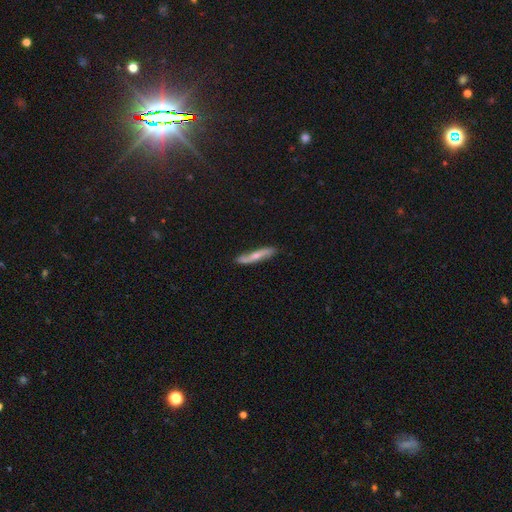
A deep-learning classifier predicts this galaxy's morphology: Q: Smooth or featured?
A: featured or disk (54%); runner-up: smooth (41%)
Q: Edge-on disk?
A: yes (61%); runner-up: no (39%)
Q: Merging?
A: none (79%); runner-up: minor disturbance (16%)